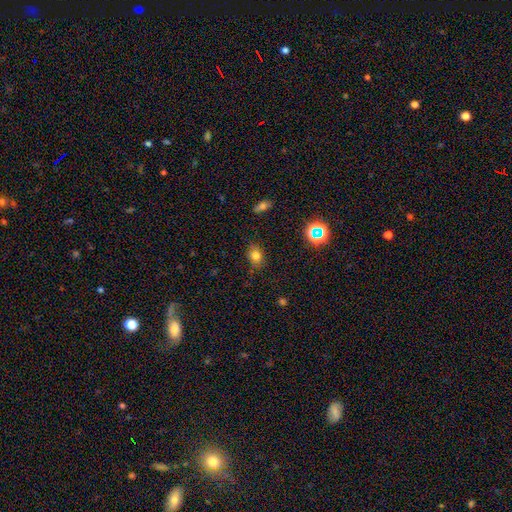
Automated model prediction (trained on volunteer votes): smooth_or_featured: smooth (p=0.76) [alt: star or artifact p=0.16]
how_rounded: in between (p=0.53) [alt: round p=0.46]
merging: none (p=0.77) [alt: minor disturbance p=0.17]